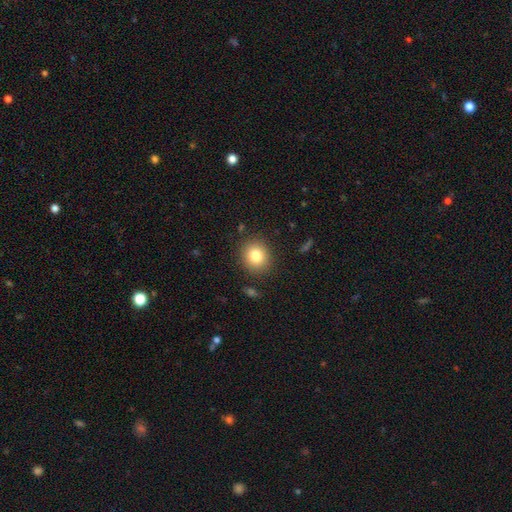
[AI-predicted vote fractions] Morphology: type=smooth (81%); roundness=round (80%); merging=none (87%).